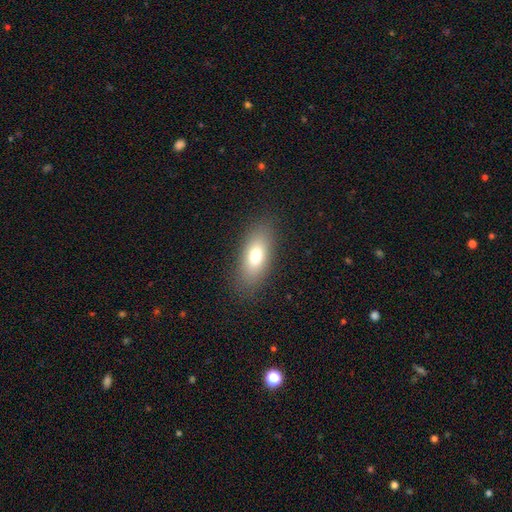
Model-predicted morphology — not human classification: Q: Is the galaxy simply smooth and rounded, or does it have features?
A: smooth — 75%.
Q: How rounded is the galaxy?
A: in between — 82%.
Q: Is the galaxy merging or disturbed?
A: none — 86%.